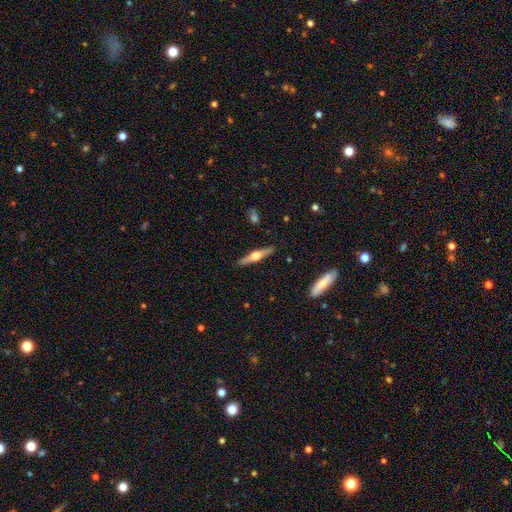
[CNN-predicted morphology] smooth-or-featured: featured or disk: 68% | smooth: 27% | star or artifact: 5%
  disk-edge-on: yes: 97% | no: 3%
    edge-on-bulge: rounded: 93% | boxy: 5% | none: 2%
  merging: none: 90% | minor disturbance: 7% | major disturbance: 2% | merger: 1%